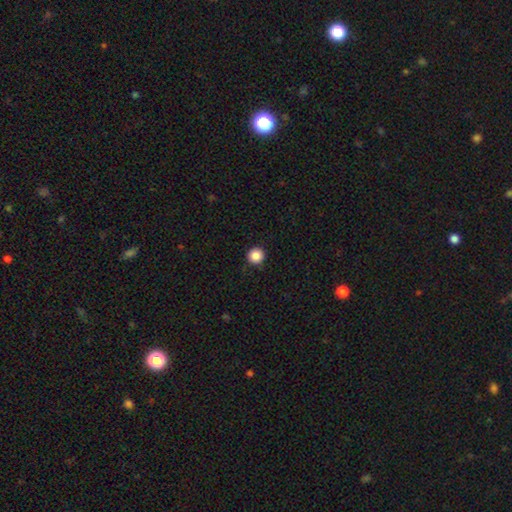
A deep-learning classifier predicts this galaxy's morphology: This is clearly a smooth galaxy (87%). How rounded: clearly round (96%). Merging: clearly none (93%).